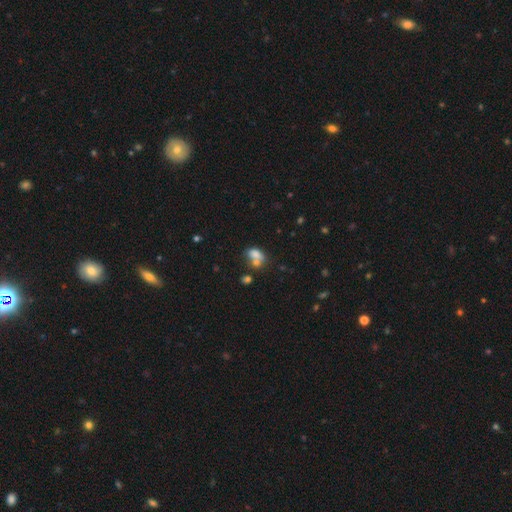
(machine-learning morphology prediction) smooth-or-featured: smooth: 71% | featured or disk: 17% | star or artifact: 12%
  how-rounded: in between: 76% | round: 21% | cigar-shaped: 2%
  merging: merger: 52% | none: 27% | minor disturbance: 12% | major disturbance: 8%